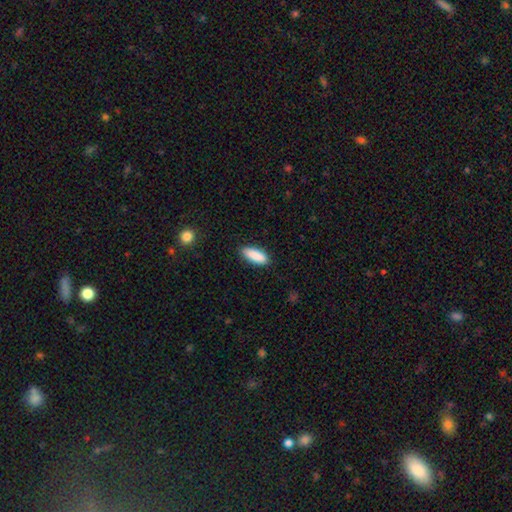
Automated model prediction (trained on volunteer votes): Overall: smooth (89%). How rounded: in between (64%; cigar-shaped 35%). Merging: none (87%).